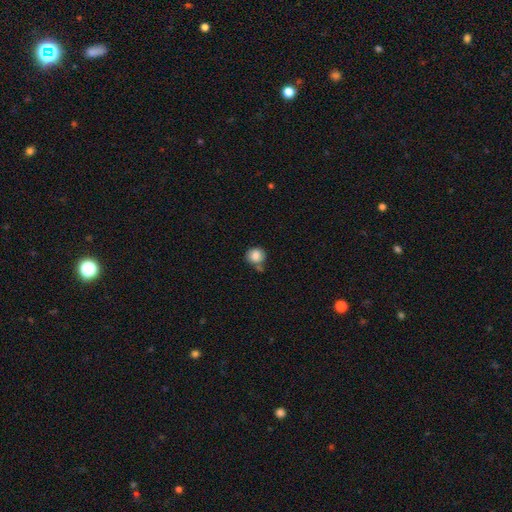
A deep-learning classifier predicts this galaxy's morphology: This is clearly a smooth galaxy (85%). How rounded: clearly round (84%). Merging: possibly none (59%).